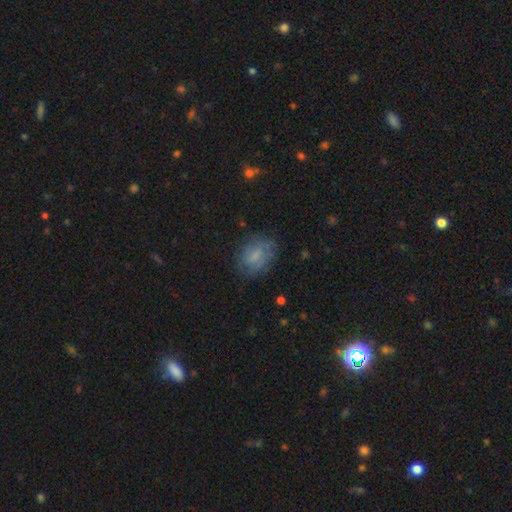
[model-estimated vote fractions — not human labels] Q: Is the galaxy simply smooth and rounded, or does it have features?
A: smooth — 65%.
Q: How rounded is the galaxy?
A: in between — 70%.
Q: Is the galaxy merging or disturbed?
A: none — 70%.